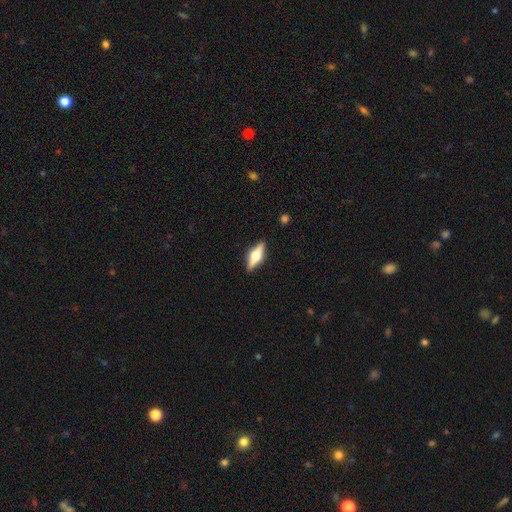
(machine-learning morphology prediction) A featured or disk galaxy (70%) viewed edge-on (96%) with a rounded central bulge (94%). Merging: none (89%).